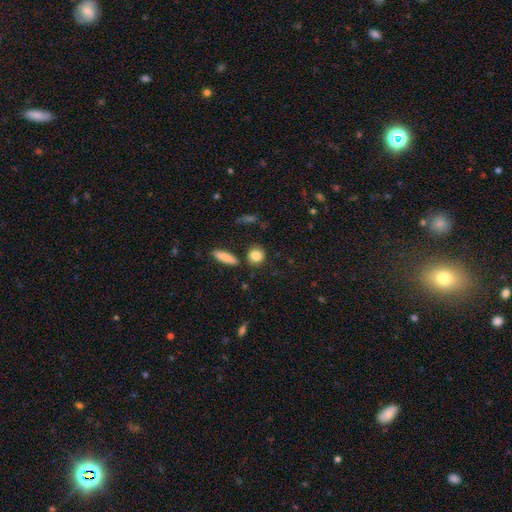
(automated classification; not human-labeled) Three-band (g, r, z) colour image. It shows a smooth galaxy with no disk features (84%) that is round (77%). Merging: none (78%).